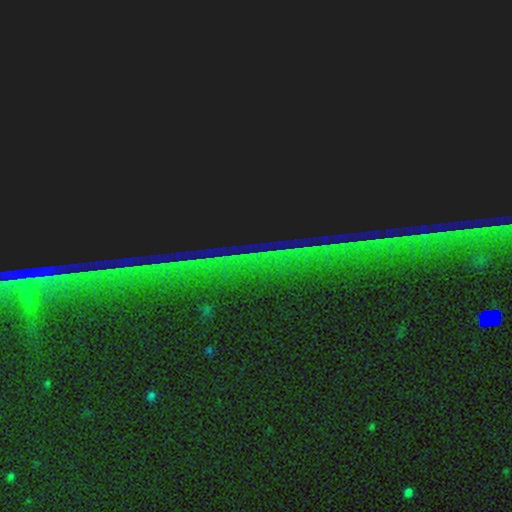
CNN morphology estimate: This is clearly a star or artifact rather than a galaxy (88%).